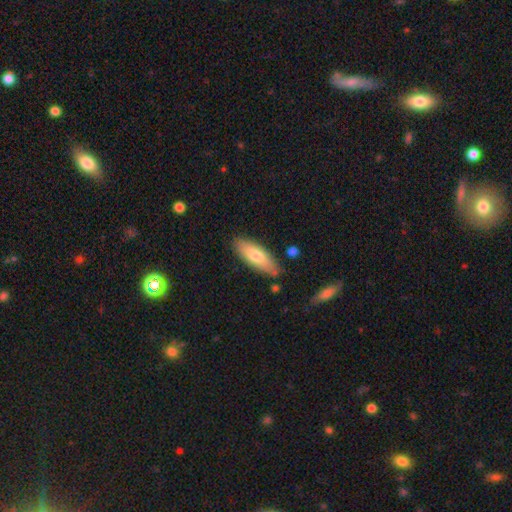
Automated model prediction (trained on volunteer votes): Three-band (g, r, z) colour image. It shows a smooth galaxy with no disk features (71%) that is in between round and cigar-shaped (66%). Merging: none (82%).